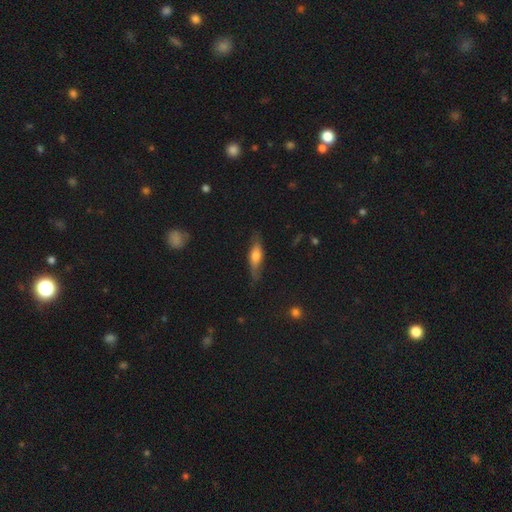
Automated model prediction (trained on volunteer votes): smooth 51%, featured or disk 42%, star or artifact 7%. Down the decision tree: how rounded — cigar-shaped (58%); merging — none (72%).